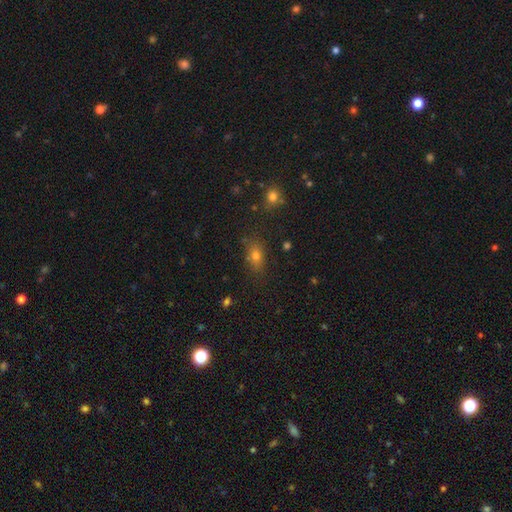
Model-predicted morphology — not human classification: Overall: smooth (71%). How rounded: in between (71%). Merging: none (77%).